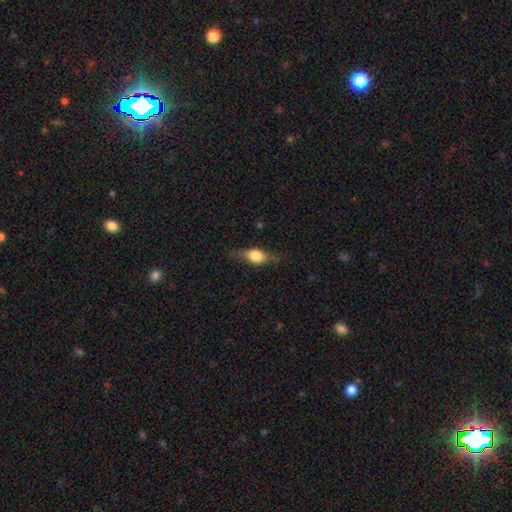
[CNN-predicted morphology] smooth-or-featured: smooth: 49% | featured or disk: 43% | star or artifact: 8%
  merging: none: 75% | minor disturbance: 18% | major disturbance: 6% | merger: 1%